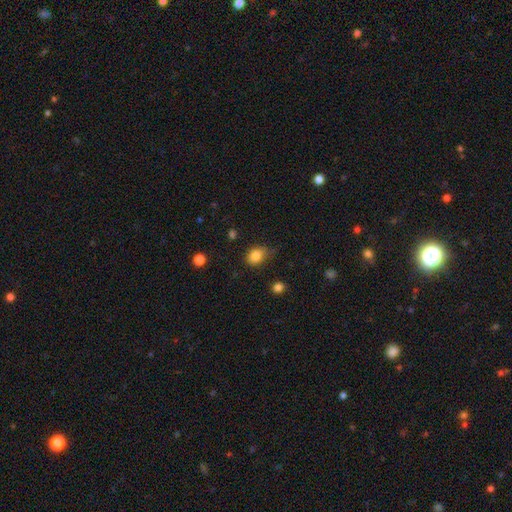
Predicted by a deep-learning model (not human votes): Smooth or featured? smooth (84%)
How rounded? in between (56%)
Merging? none (67%)